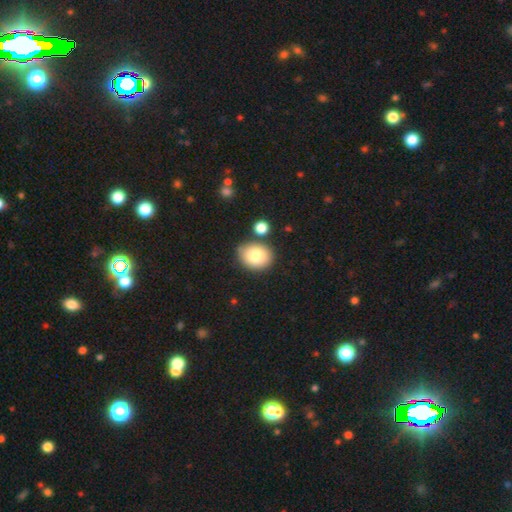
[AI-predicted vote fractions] This is likely a smooth galaxy (80%). How rounded: possibly round (58%). Merging: likely none (78%).